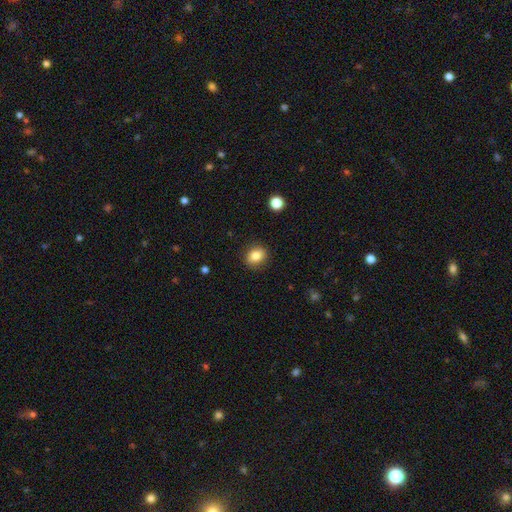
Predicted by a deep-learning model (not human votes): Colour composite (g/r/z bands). It shows a smooth galaxy with no disk features (84%) that is round (54%). Merging: none (88%).